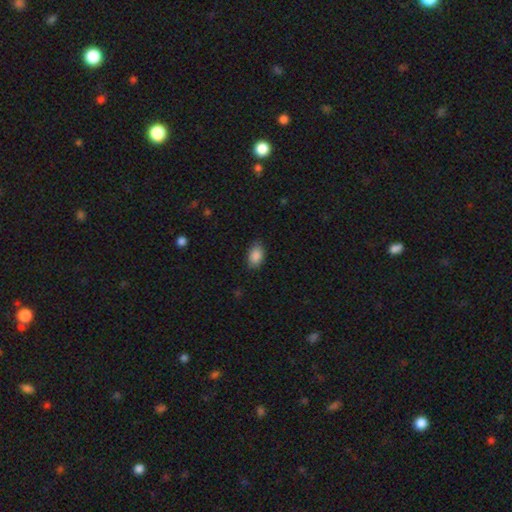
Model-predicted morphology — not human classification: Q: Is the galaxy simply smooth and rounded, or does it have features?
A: smooth — 88%.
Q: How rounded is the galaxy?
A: in between — 89%.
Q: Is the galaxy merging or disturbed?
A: none — 82%.